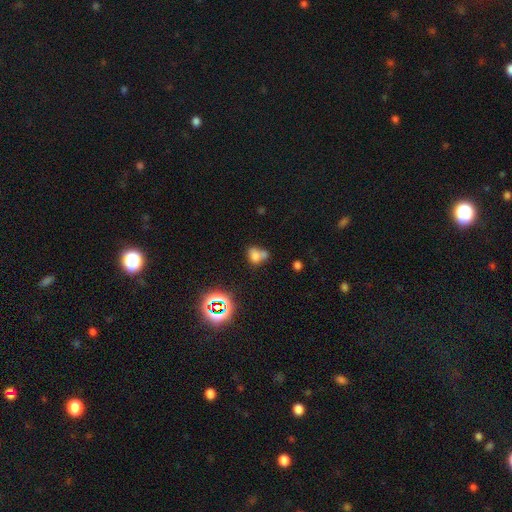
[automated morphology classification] smooth_or_featured: smooth (p=0.65) [alt: star or artifact p=0.20]
how_rounded: in between (p=0.59) [alt: round p=0.39]
merging: merger (p=0.48) [alt: none p=0.32]